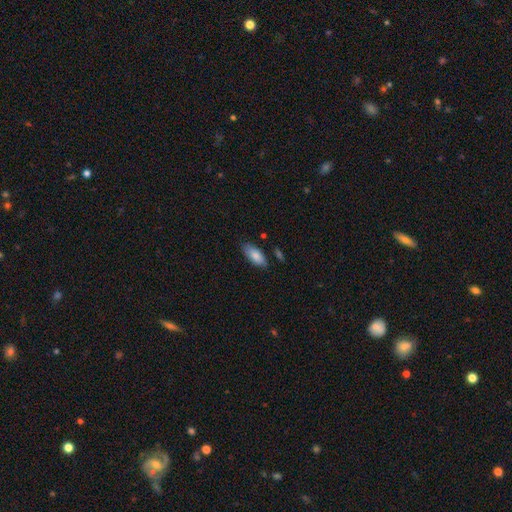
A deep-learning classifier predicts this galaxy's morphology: This is clearly a smooth galaxy (83%). How rounded: clearly in between (84%). Merging: likely none (79%).